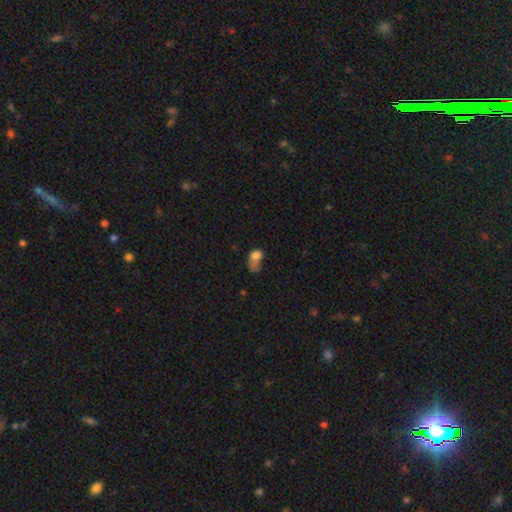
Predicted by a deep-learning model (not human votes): This appears to be a smooth galaxy with no disk features (70%) that is in between round and cigar-shaped (69%). Merging: major disturbance (48%).